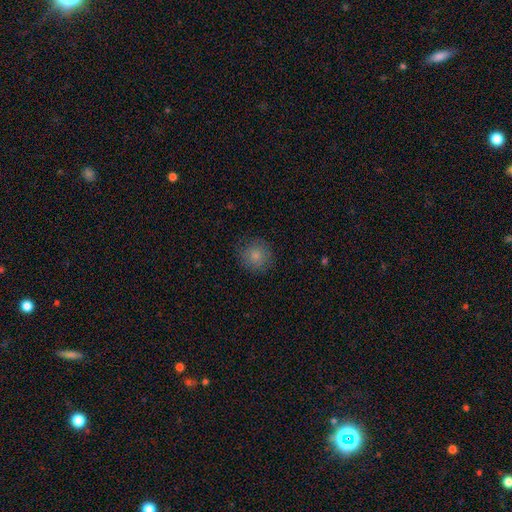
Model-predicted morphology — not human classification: Smooth or featured? smooth (84%)
How rounded? round (92%)
Merging? none (85%)